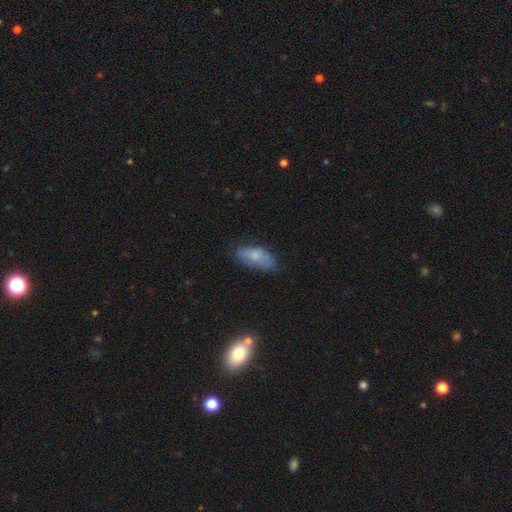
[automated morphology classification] smooth_or_featured: smooth (p=0.67) [alt: featured or disk p=0.25]
how_rounded: in between (p=0.88) [alt: cigar-shaped p=0.09]
merging: none (p=0.56) [alt: minor disturbance p=0.30]